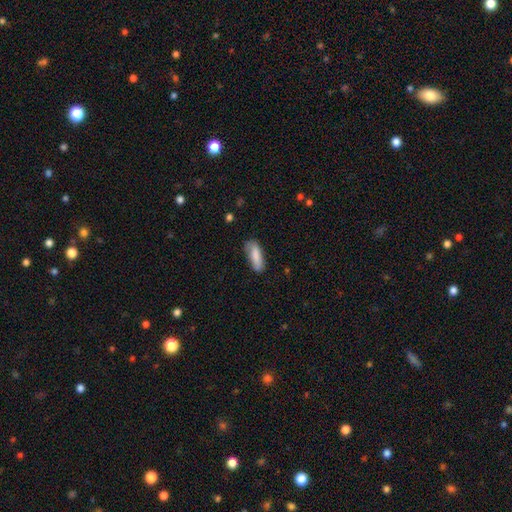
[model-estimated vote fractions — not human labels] Smooth or featured? Predicted: smooth (p=0.84). How rounded? Predicted: in between (p=0.59). Merging? Predicted: none (p=0.67).